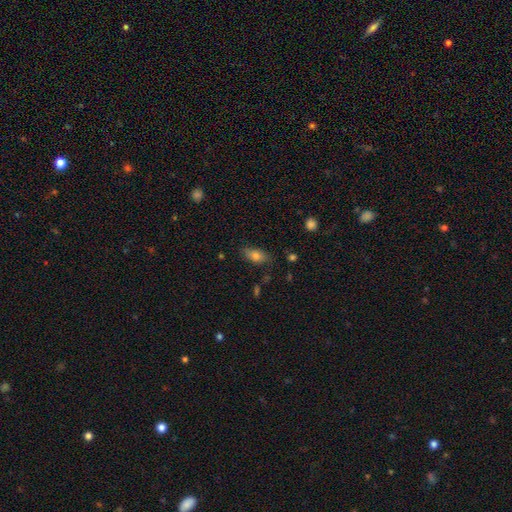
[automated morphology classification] smooth-or-featured: smooth: 77% | featured or disk: 14% | star or artifact: 9%
  how-rounded: in between: 85% | cigar-shaped: 10% | round: 5%
  merging: none: 76% | minor disturbance: 18% | major disturbance: 4% | merger: 2%